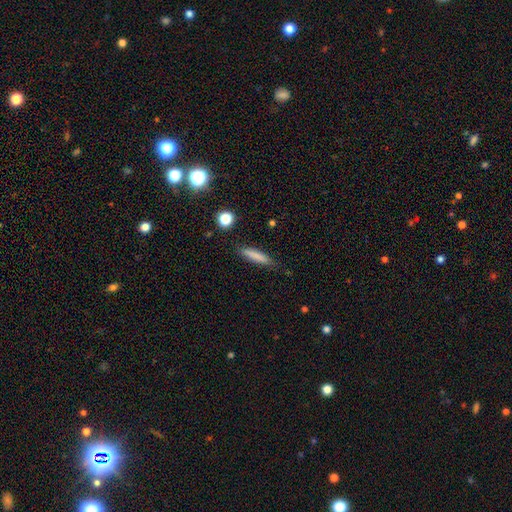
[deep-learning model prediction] Overall: smooth (80%). How rounded: cigar-shaped (85%). Merging: none (83%).